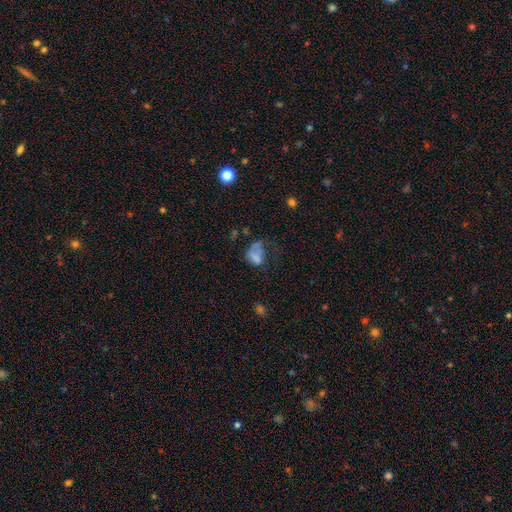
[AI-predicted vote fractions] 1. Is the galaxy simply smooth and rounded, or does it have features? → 60% smooth, 26% featured or disk, 14% star or artifact.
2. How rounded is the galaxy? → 79% in between, 19% round, 2% cigar-shaped.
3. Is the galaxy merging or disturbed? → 53% major disturbance, 20% minor disturbance, 20% none, 7% merger.